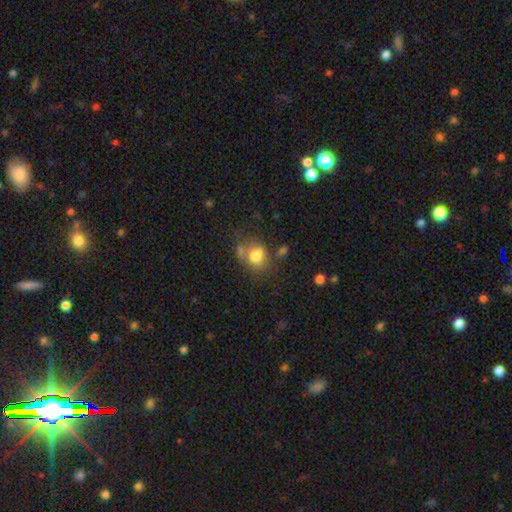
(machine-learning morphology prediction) This is likely a smooth galaxy (70%). How rounded: possibly in between (51%). Merging: marginally none (42%).